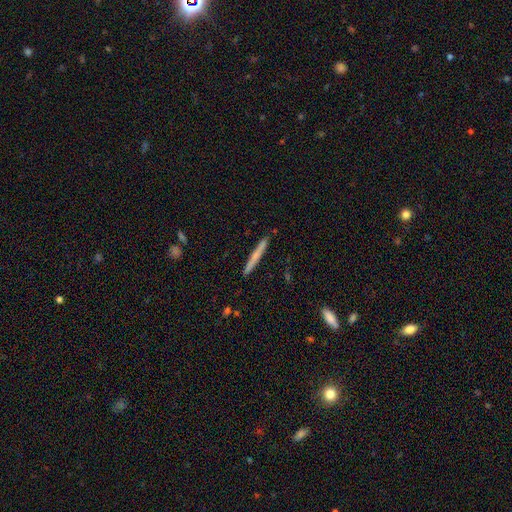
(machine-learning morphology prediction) smooth 50%, featured or disk 44%, star or artifact 6%. Down the decision tree: how rounded — cigar-shaped (96%); merging — none (91%).